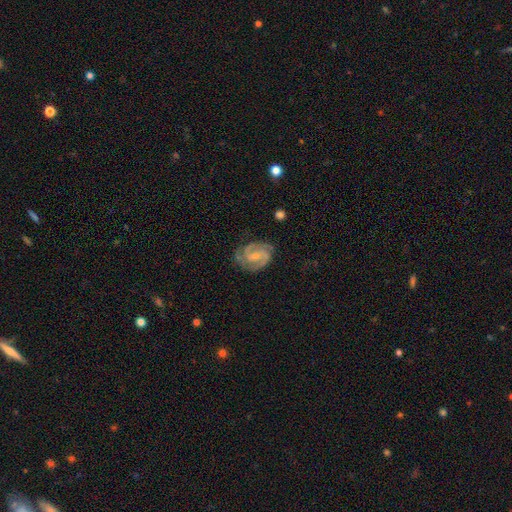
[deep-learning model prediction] This appears to be a featured or disk galaxy (90%) with a weak bar (47%), 2 (79%) tight (49%) spiral arms (98%) and a small central bulge (63%). Merging: none (77%).